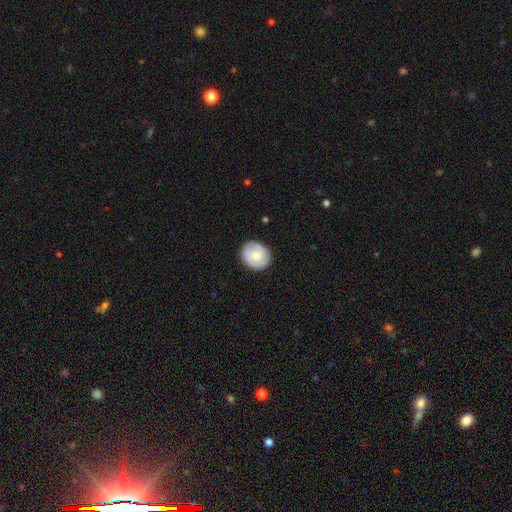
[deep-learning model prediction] Morphology: type=smooth (65%); roundness=round (74%); merging=none (86%).